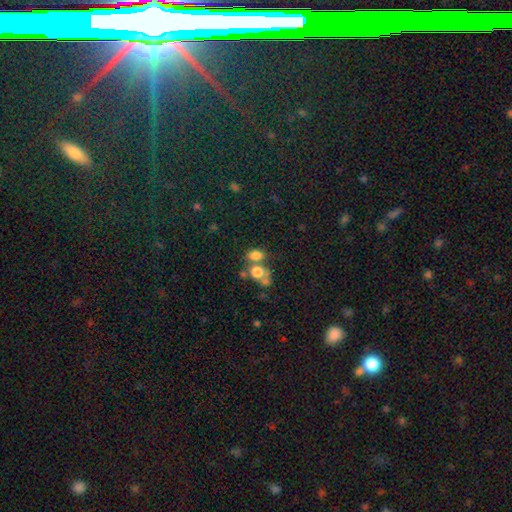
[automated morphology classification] smooth-or-featured: smooth: 74% | star or artifact: 13% | featured or disk: 13%
  how-rounded: in between: 69% | round: 30% | cigar-shaped: 2%
  merging: merger: 42% | none: 38% | minor disturbance: 11% | major disturbance: 8%